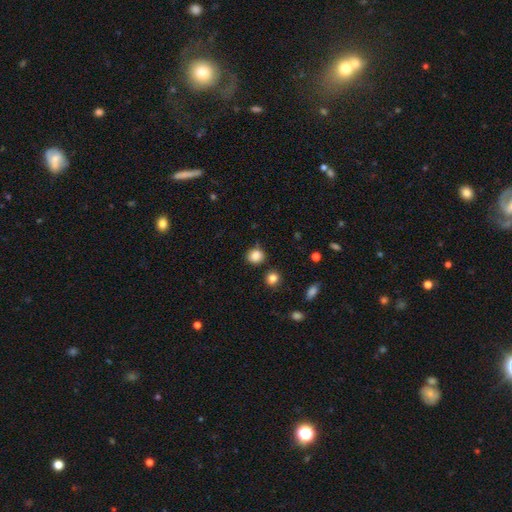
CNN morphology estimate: Smooth or featured? smooth (86%)
How rounded? round (80%)
Merging? none (81%)